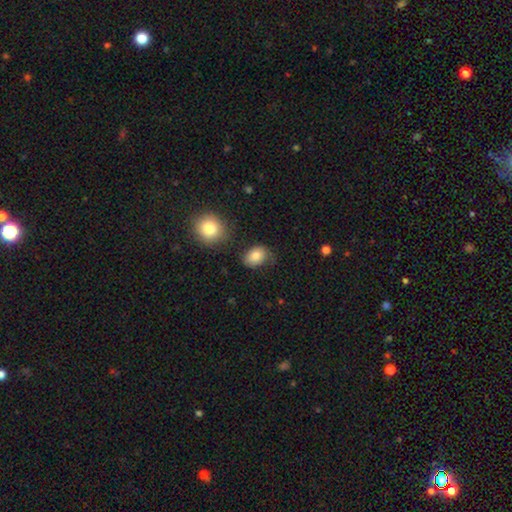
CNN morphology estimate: The model was most divided on "how rounded": in between: 69%, round: 30%, cigar-shaped: 1%. More confident: smooth or featured — smooth (81%); merging — none (64%).